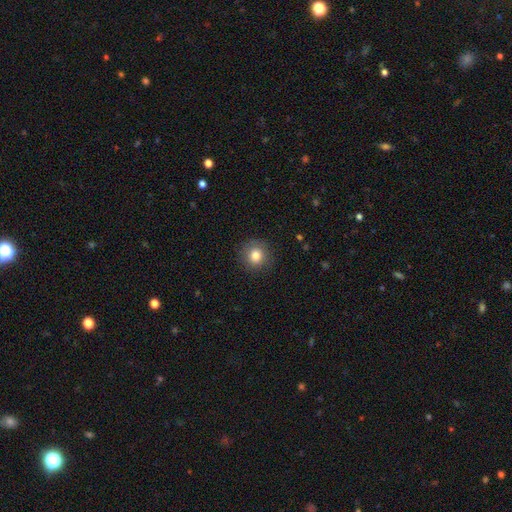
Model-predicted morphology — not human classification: This appears to be a smooth galaxy with no disk features (82%) that is round (91%). Merging: none (89%).